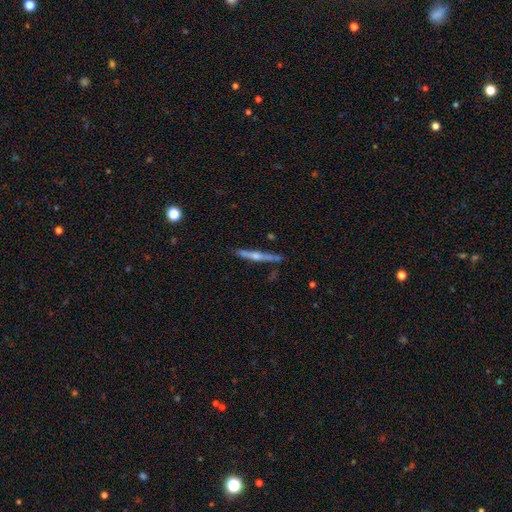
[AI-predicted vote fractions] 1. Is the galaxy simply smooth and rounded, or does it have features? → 73% featured or disk, 21% smooth, 6% star or artifact.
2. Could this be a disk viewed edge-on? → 98% yes, 2% no.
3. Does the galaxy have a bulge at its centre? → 83% rounded, 11% none, 5% boxy.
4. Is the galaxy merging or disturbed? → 86% none, 10% minor disturbance, 3% merger, 2% major disturbance.